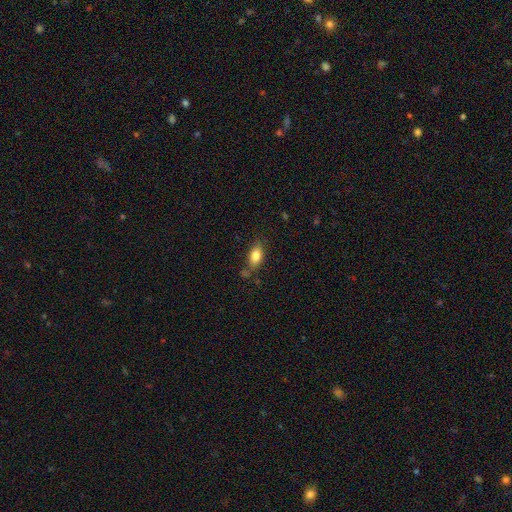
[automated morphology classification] Smooth or featured?
  - smooth: 81% *
  - featured or disk: 11%
  - star or artifact: 8%
How rounded?
  - in between: 86% *
  - cigar-shaped: 8%
  - round: 7%
Merging?
  - none: 66% *
  - minor disturbance: 21%
  - merger: 7%
  - major disturbance: 6%